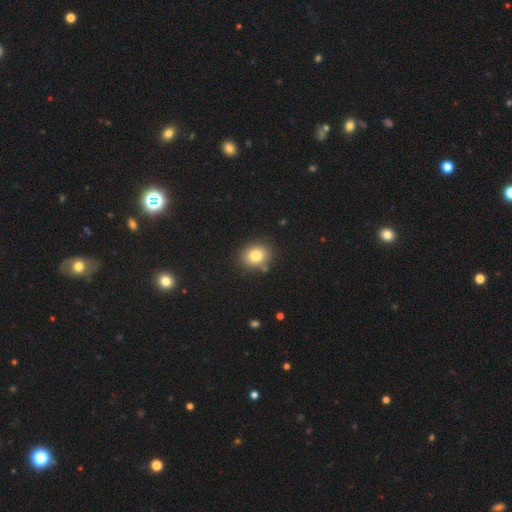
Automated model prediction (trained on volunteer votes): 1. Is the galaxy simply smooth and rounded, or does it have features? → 83% smooth, 10% star or artifact, 7% featured or disk.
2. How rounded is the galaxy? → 60% round, 40% in between, 1% cigar-shaped.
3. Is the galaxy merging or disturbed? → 82% none, 11% minor disturbance, 4% merger, 3% major disturbance.